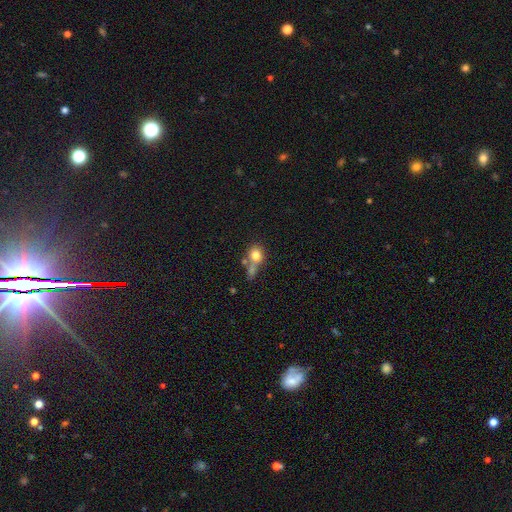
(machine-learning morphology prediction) A smooth galaxy with no disk features (76%) that is round (68%).

Vote fractions:
- Smooth or featured? smooth: 76% / featured or disk: 14% / star or artifact: 10%
- How rounded? round: 68% / in between: 29% / cigar-shaped: 2%
- Merging? merger: 39% / none: 38% / minor disturbance: 14% / major disturbance: 9%